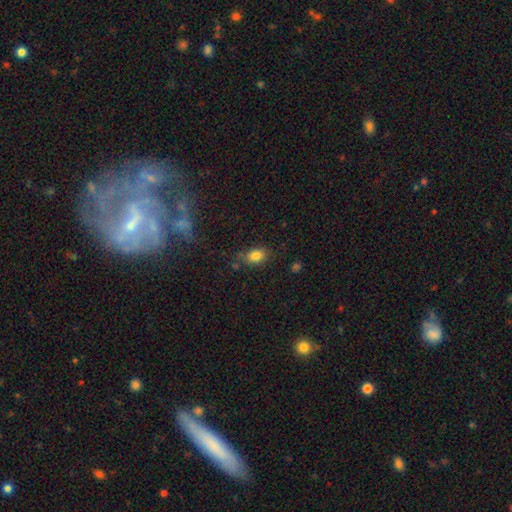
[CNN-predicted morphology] A smooth galaxy with no disk features (82%) that is in between round and cigar-shaped (79%). Merging: none (74%).